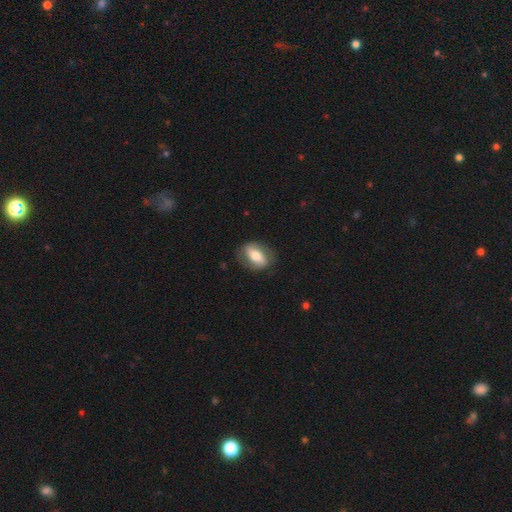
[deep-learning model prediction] smooth_or_featured: smooth (p=0.48) [alt: featured or disk p=0.46]
merging: none (p=0.79) [alt: minor disturbance p=0.15]